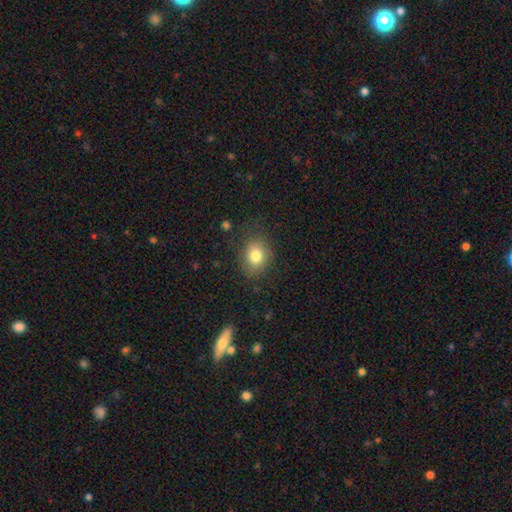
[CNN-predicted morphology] Smooth or featured? Predicted: smooth (p=0.79). How rounded? Predicted: round (p=0.56). Merging? Predicted: none (p=0.78).